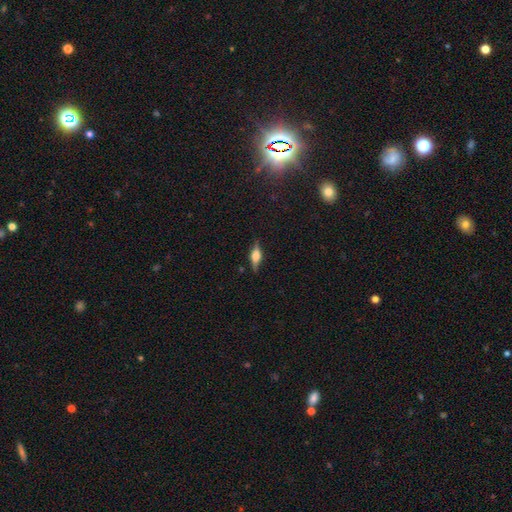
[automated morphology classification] This appears to be a featured or disk galaxy (59%) viewed edge-on (95%) with a rounded central bulge (84%). Merging: none (84%).